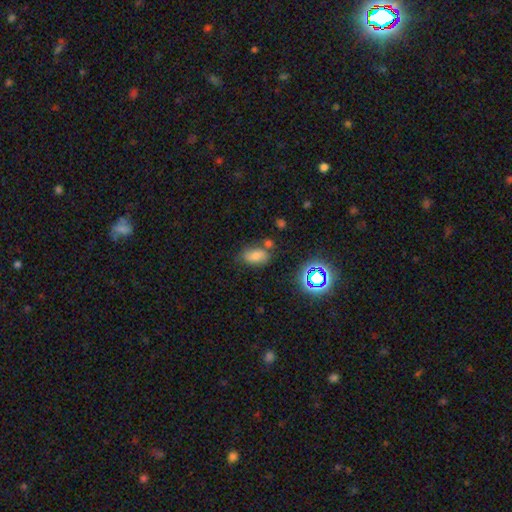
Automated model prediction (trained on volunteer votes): A smooth galaxy with no disk features (68%) that is in between round and cigar-shaped (87%). Merging: none (65%).